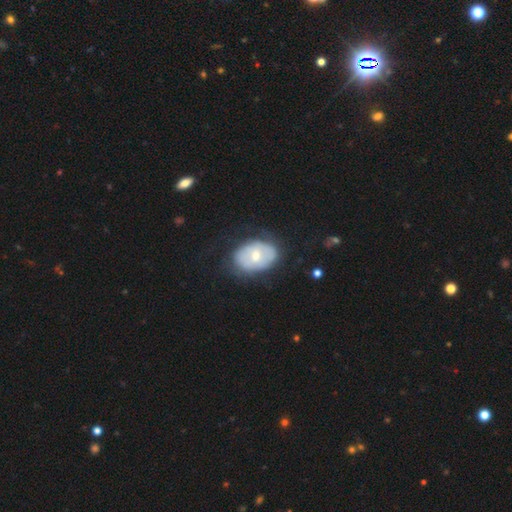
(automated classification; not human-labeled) Smooth or featured: smooth — 49% (featured or disk — 44%)
Merging: none — 69% (minor disturbance — 21%)